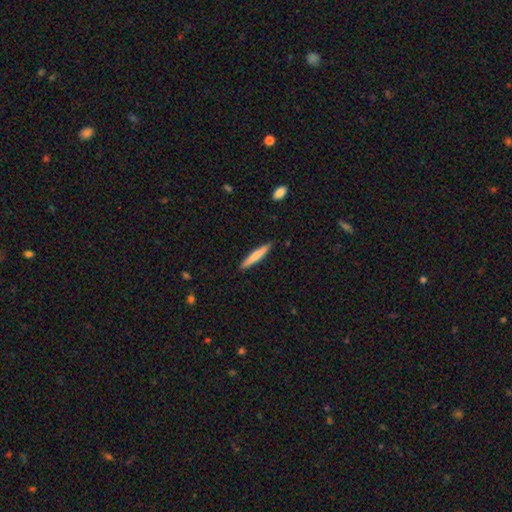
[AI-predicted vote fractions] Smooth or featured: smooth — 70% (featured or disk — 25%)
How rounded: cigar-shaped — 94% (in between — 5%)
Merging: none — 90% (minor disturbance — 8%)